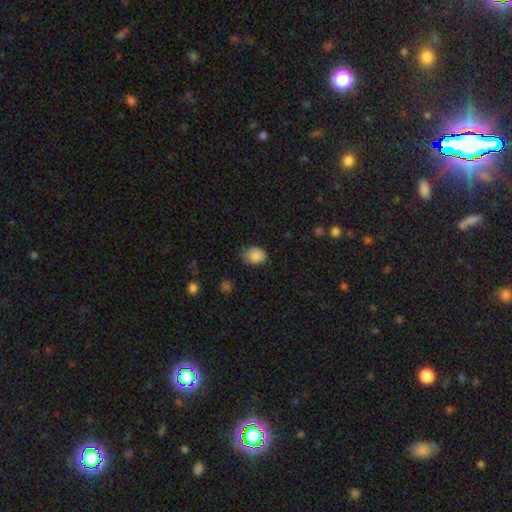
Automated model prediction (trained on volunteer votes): smooth-or-featured: smooth: 87% | star or artifact: 9% | featured or disk: 4%
  how-rounded: in between: 57% | round: 42% | cigar-shaped: 1%
  merging: none: 64% | minor disturbance: 29% | major disturbance: 6% | merger: 1%